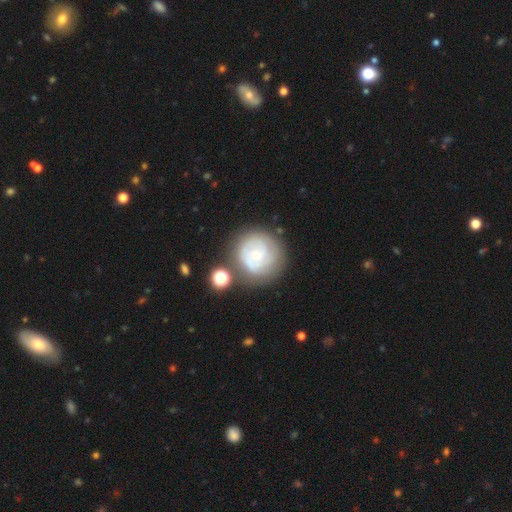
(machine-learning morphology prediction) This appears to be a featured or disk galaxy (63%) with no bar (77%), spiral arms (77%) and a small central bulge (64%). Merging: none (68%).